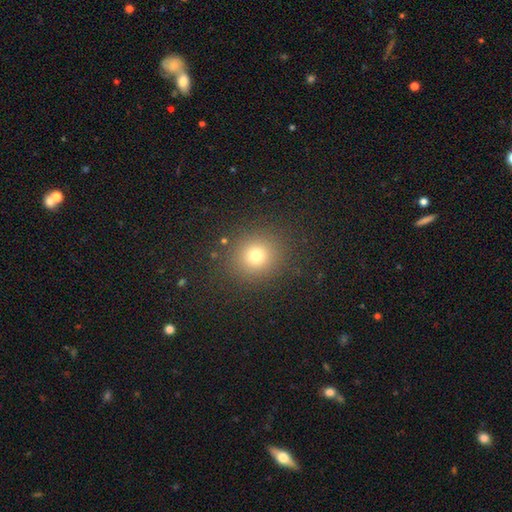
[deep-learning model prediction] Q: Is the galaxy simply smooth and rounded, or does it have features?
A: smooth — 76%.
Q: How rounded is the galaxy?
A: round — 86%.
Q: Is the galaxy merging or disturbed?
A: none — 89%.